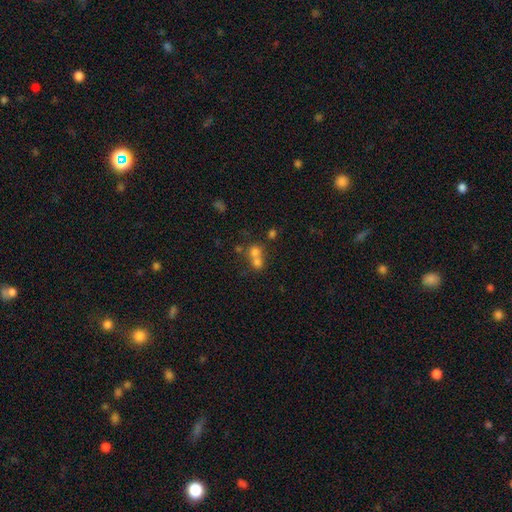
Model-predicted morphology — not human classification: This appears to be a smooth galaxy with no disk features (68%) that is round (76%). Merging: merger (64%).